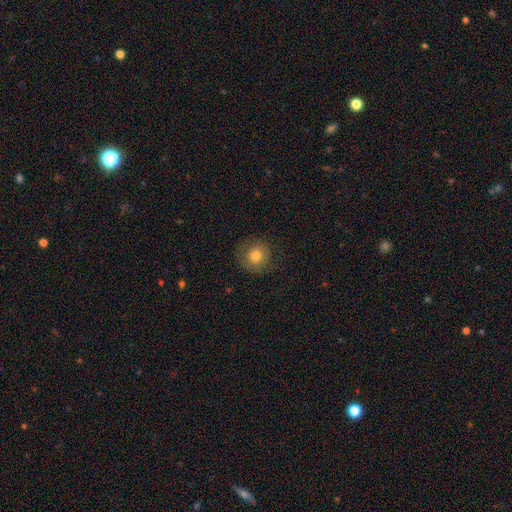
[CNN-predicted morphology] Smooth or featured?
  - smooth: 74% *
  - featured or disk: 16%
  - star or artifact: 11%
How rounded?
  - round: 92% *
  - in between: 7%
  - cigar-shaped: 1%
Merging?
  - none: 81% *
  - minor disturbance: 13%
  - major disturbance: 5%
  - merger: 1%